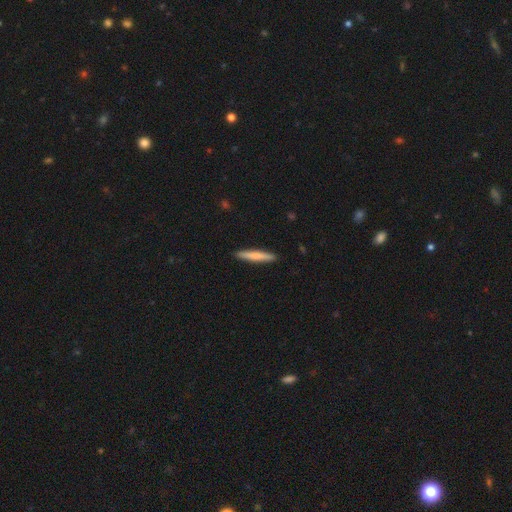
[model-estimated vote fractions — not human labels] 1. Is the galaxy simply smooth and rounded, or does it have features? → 74% smooth, 21% featured or disk, 5% star or artifact.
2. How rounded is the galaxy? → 94% cigar-shaped, 4% in between, 1% round.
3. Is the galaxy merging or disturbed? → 91% none, 6% minor disturbance, 1% major disturbance, 1% merger.